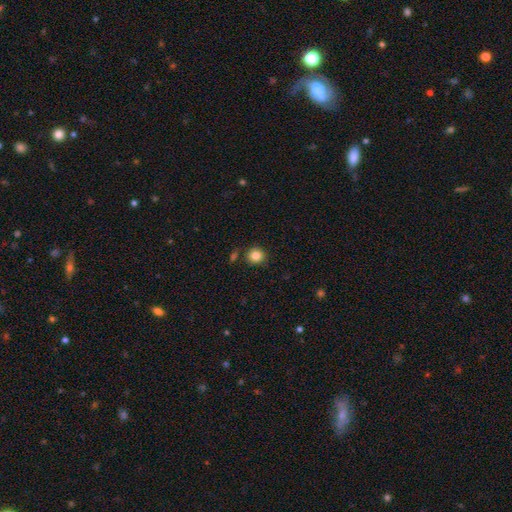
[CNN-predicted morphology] Overall: smooth (83%). How rounded: round (89%). Merging: none (85%).